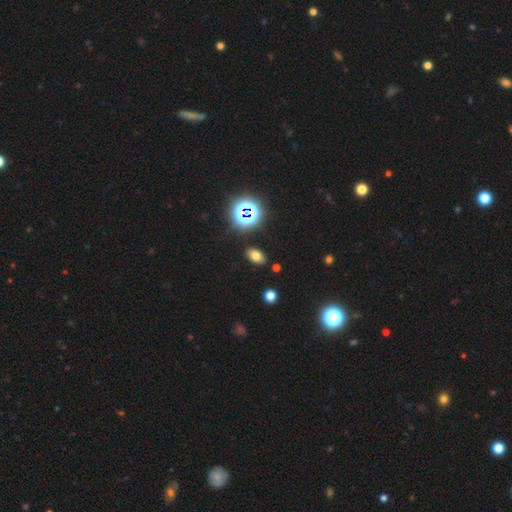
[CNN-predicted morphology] A smooth galaxy with no disk features (69%) that is in between round and cigar-shaped (87%).

Vote fractions:
- Smooth or featured? smooth: 69% / star or artifact: 22% / featured or disk: 10%
- How rounded? in between: 87% / round: 11% / cigar-shaped: 2%
- Merging? none: 87% / minor disturbance: 8% / major disturbance: 2% / merger: 2%